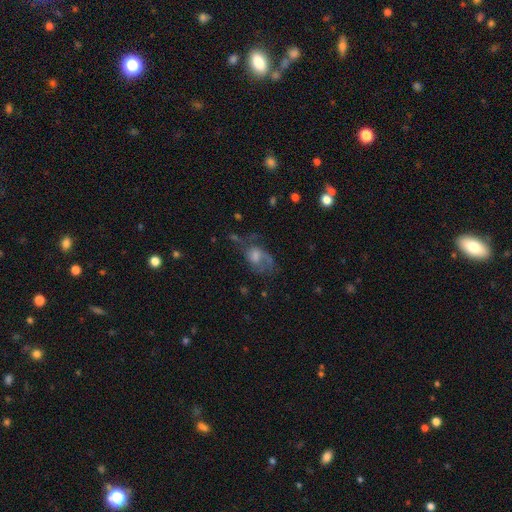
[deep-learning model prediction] The model was most divided on "merging": none: 40%, major disturbance: 34%, minor disturbance: 21%, merger: 5%. Remaining: edge-on disk — no (95%); spiral arms — yes (74%); bar — no (68%); smooth or featured — featured or disk (57%); bulge size — moderate (39%).